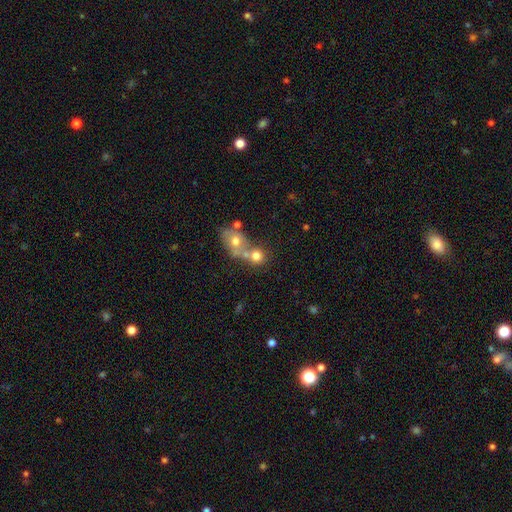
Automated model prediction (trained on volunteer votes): Smooth or featured? Predicted: smooth (p=0.70). How rounded? Predicted: round (p=0.74). Merging? Predicted: merger (p=0.51).